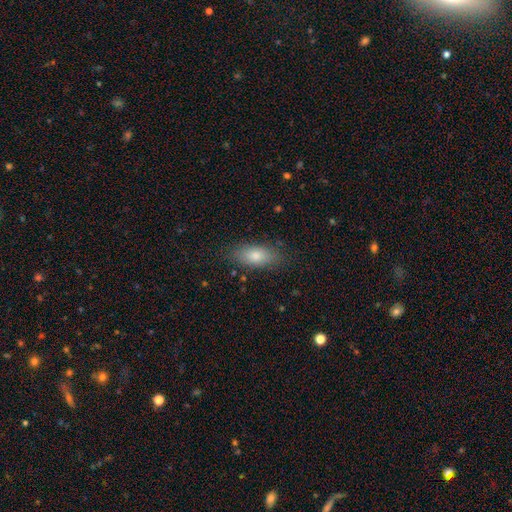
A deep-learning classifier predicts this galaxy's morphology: type=smooth (78%); roundness=in between (83%); merging=none (83%).